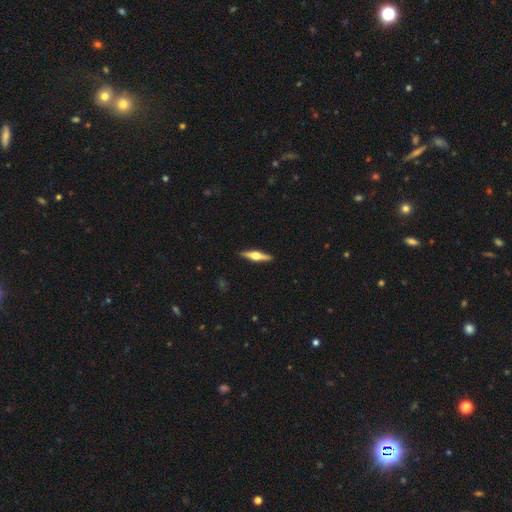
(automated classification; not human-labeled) Smooth or featured? Predicted: featured or disk (p=0.68). Edge-on disk? Predicted: yes (p=0.97). Edge-on bulge? Predicted: rounded (p=0.94). Merging? Predicted: none (p=0.91).